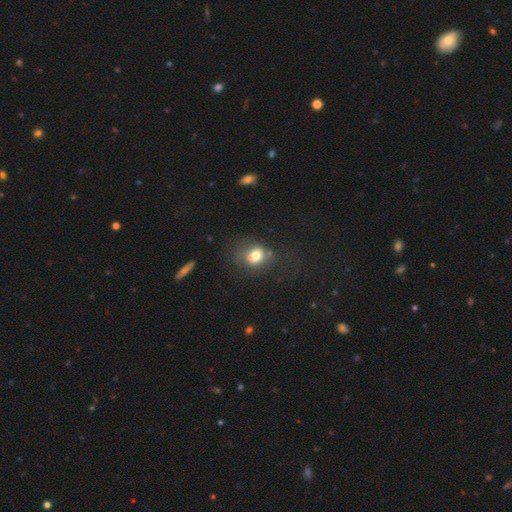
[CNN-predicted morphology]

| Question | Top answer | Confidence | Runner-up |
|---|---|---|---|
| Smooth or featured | smooth | 69% | featured or disk (18%) |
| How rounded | in between | 50% | round (49%) |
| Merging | none | 45% | major disturbance (24%) |